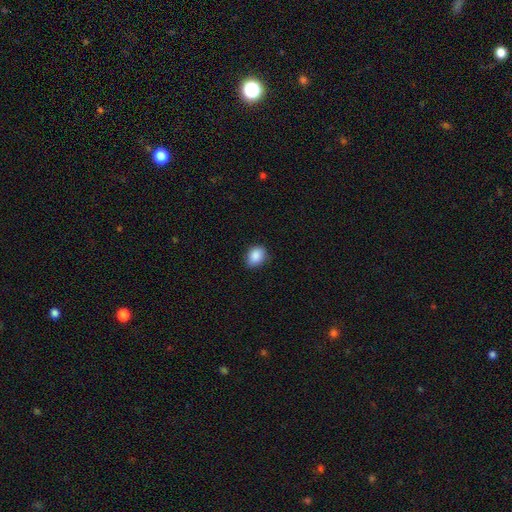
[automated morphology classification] This appears to be a smooth galaxy with no disk features (88%) that is in between round and cigar-shaped (65%). Merging: none (81%).